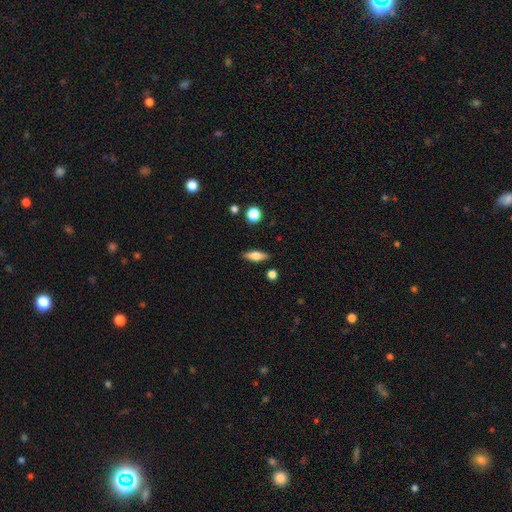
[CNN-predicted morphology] smooth_or_featured: smooth (p=0.60) [alt: featured or disk p=0.33]
how_rounded: in between (p=0.58) [alt: cigar-shaped p=0.38]
merging: none (p=0.87) [alt: minor disturbance p=0.09]